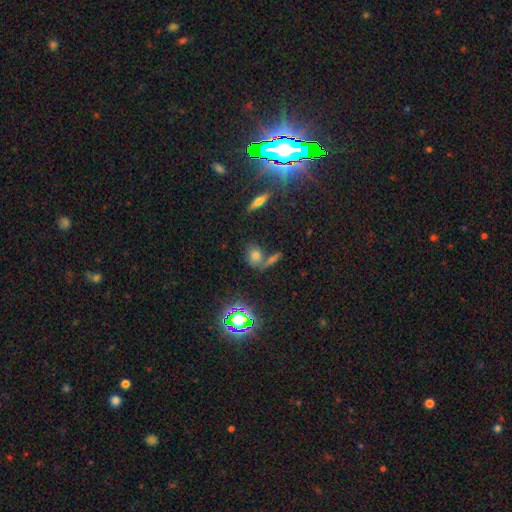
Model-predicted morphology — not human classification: Smooth or featured? Predicted: smooth (p=0.63). How rounded? Predicted: in between (p=0.59). Merging? Predicted: none (p=0.53).